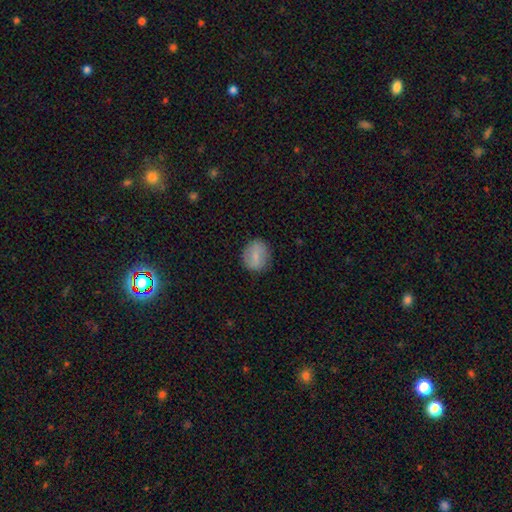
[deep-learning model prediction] Smooth or featured? Predicted: smooth (p=0.73). How rounded? Predicted: round (p=0.71). Merging? Predicted: none (p=0.85).